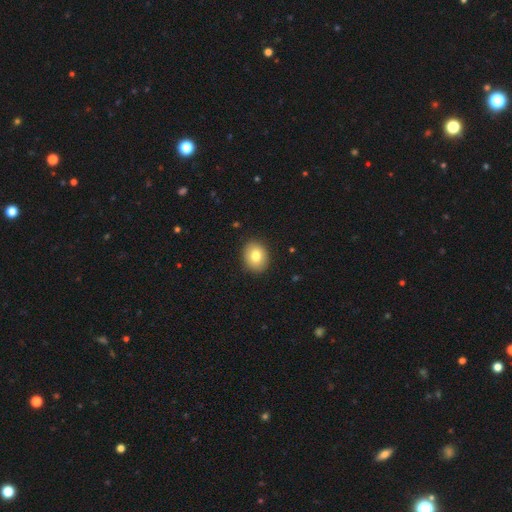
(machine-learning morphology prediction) type=smooth (80%); roundness=round (50%); merging=none (89%).